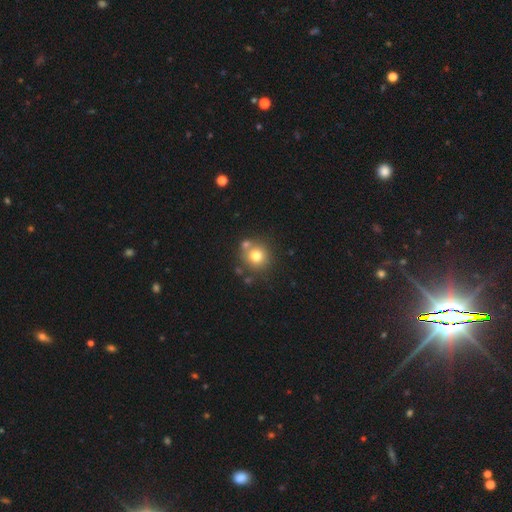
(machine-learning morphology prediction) A smooth galaxy with no disk features (75%) that is round (90%). Merging: none (69%).